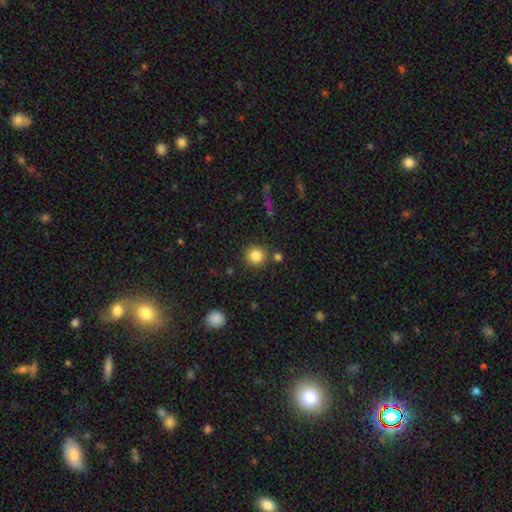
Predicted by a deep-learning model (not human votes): smooth_or_featured: smooth (p=0.84) [alt: star or artifact p=0.11]
how_rounded: round (p=0.93) [alt: in between p=0.06]
merging: none (p=0.84) [alt: minor disturbance p=0.07]